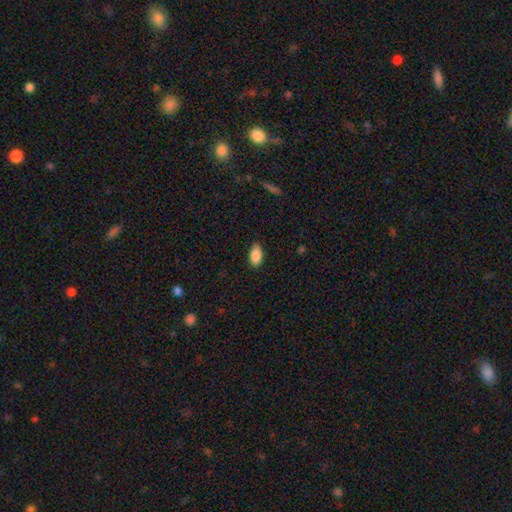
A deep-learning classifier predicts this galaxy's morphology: A smooth galaxy with no disk features (87%) that is in between round and cigar-shaped (92%).

Vote fractions:
- Smooth or featured? smooth: 87% / star or artifact: 7% / featured or disk: 5%
- How rounded? in between: 92% / round: 4% / cigar-shaped: 3%
- Merging? none: 82% / minor disturbance: 15% / major disturbance: 2% / merger: 1%